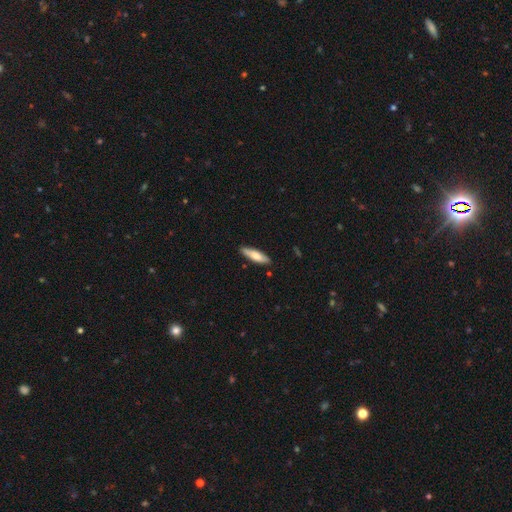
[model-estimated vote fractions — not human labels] Morphology: type=smooth (72%); roundness=cigar-shaped (66%); merging=none (86%).